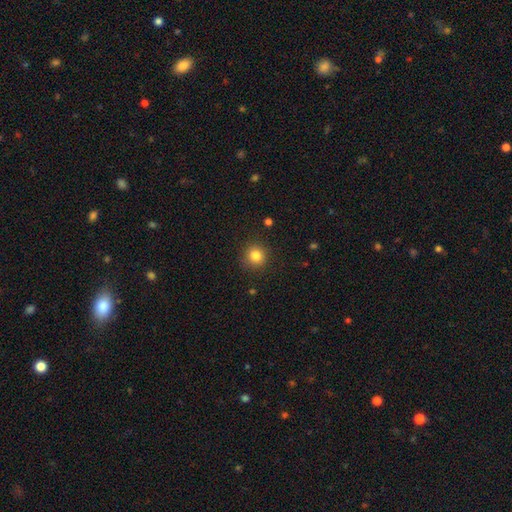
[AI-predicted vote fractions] Q: Smooth or featured?
A: smooth (82%); runner-up: star or artifact (12%)
Q: How rounded?
A: round (92%); runner-up: in between (7%)
Q: Merging?
A: none (90%); runner-up: minor disturbance (7%)